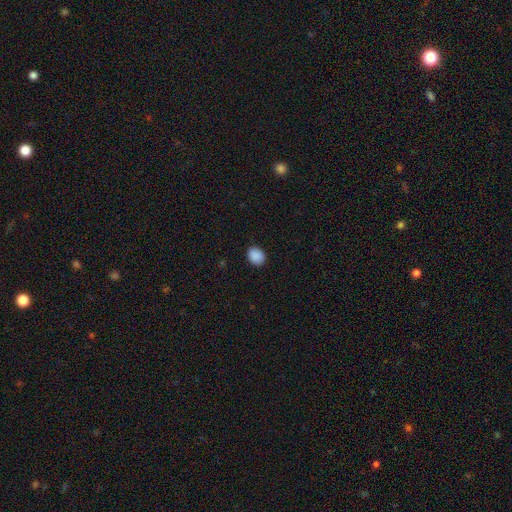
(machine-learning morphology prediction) This is clearly a smooth galaxy (89%). How rounded: possibly round (53%). Merging: clearly none (88%).